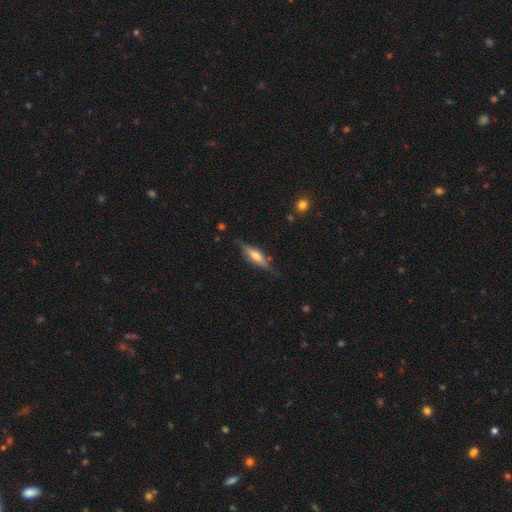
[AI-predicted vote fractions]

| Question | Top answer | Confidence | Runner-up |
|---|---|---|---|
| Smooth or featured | smooth | 52% | featured or disk (42%) |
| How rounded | cigar-shaped | 57% | in between (40%) |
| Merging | none | 72% | minor disturbance (21%) |